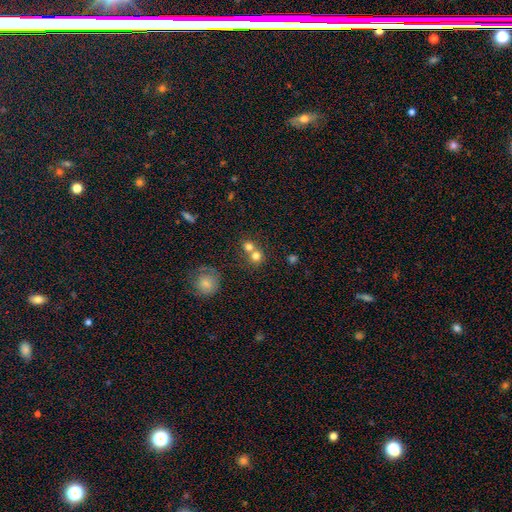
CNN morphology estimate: smooth_or_featured: smooth (p=0.74) [alt: star or artifact p=0.13]
how_rounded: round (p=0.84) [alt: in between p=0.15]
merging: merger (p=0.51) [alt: none p=0.41]